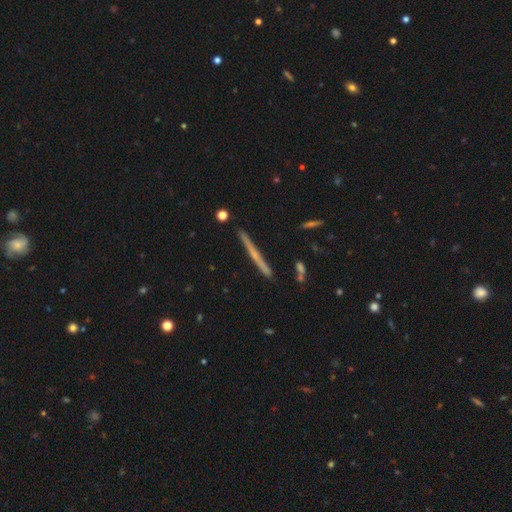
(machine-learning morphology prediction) smooth-or-featured: featured or disk: 61% | smooth: 33% | star or artifact: 7%
  disk-edge-on: yes: 98% | no: 2%
    edge-on-bulge: none: 65% | rounded: 29% | boxy: 5%
  merging: none: 90% | minor disturbance: 7% | merger: 2% | major disturbance: 1%